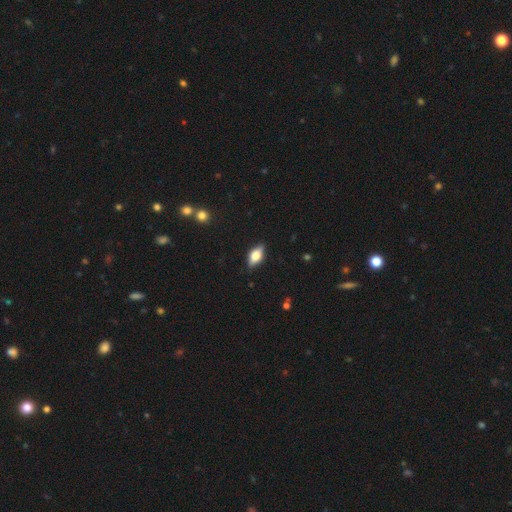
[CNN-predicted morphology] Smooth or featured? Predicted: smooth (p=0.60). How rounded? Predicted: in between (p=0.82). Merging? Predicted: none (p=0.86).